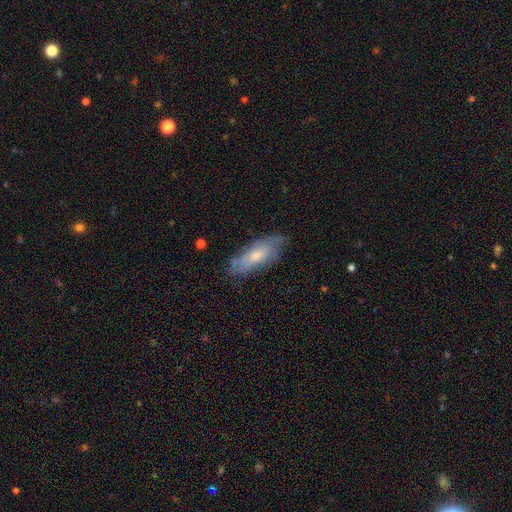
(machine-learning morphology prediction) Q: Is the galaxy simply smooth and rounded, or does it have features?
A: smooth — 60%.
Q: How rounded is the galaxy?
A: in between — 62%.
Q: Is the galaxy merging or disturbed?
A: none — 70%.